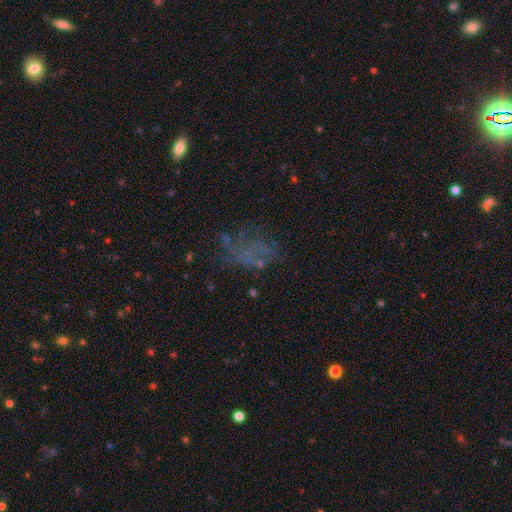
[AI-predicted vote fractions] A featured or disk galaxy (36%). Merging: none (51%).